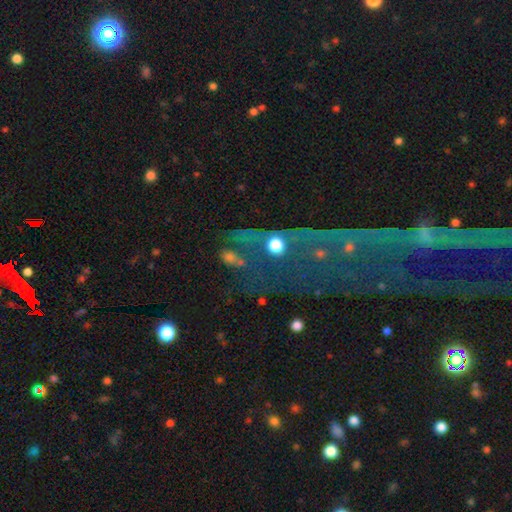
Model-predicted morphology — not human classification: Smooth or featured? star or artifact (53%)